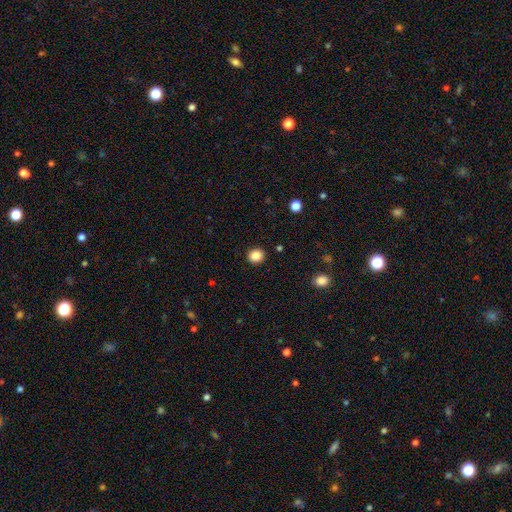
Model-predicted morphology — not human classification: smooth 85%, star or artifact 10%, featured or disk 4%. Down the decision tree: how rounded — round (81%); merging — none (91%).